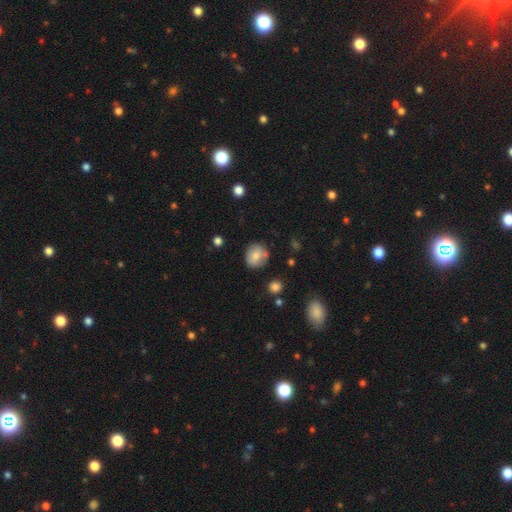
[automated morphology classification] The model was most divided on "smooth or featured": smooth: 72%, featured or disk: 19%, star or artifact: 9%. More confident: how rounded — round (76%); merging — none (74%).